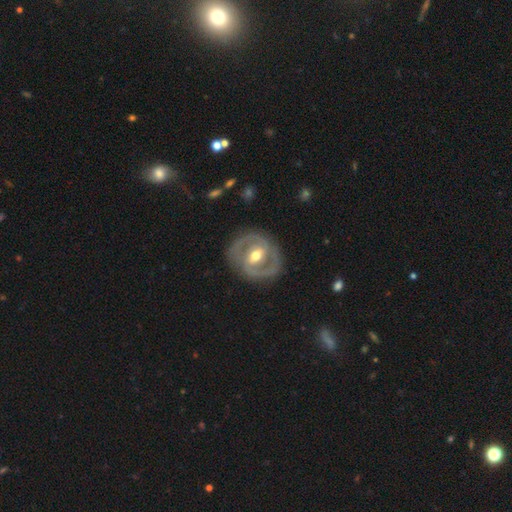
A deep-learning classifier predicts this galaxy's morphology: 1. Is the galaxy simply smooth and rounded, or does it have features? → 83% featured or disk, 12% smooth, 4% star or artifact.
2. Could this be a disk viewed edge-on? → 97% no, 3% yes.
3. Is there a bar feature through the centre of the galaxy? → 46% weak, 35% strong, 20% no.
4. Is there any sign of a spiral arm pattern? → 85% yes, 15% no.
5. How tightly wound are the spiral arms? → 45% tight, 44% medium, 11% loose.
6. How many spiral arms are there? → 85% 2, 7% can't tell, 3% 3, 3% 1, 1% 4, 1% more than 4.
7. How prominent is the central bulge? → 75% moderate, 16% small, 7% large, 1% none, 1% dominant.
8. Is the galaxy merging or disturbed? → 82% none, 12% minor disturbance, 5% major disturbance, 1% merger.